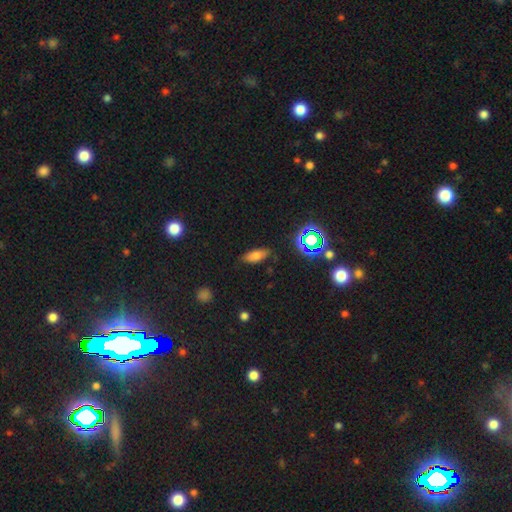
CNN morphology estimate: This is likely a smooth galaxy (70%). How rounded: likely in between (76%). Merging: clearly none (83%).